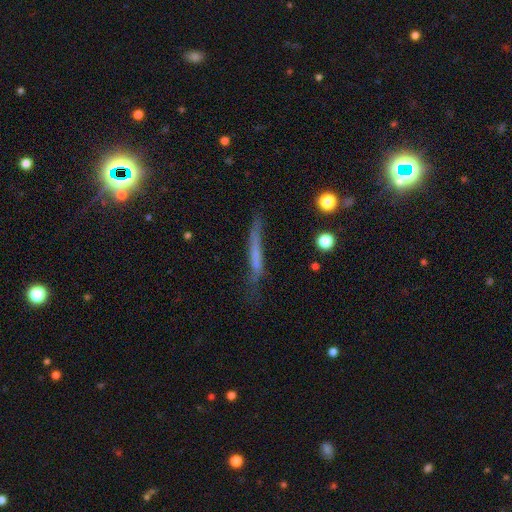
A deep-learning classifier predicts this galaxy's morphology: This is possibly a smooth galaxy (47%). Merging: possibly none (57%).